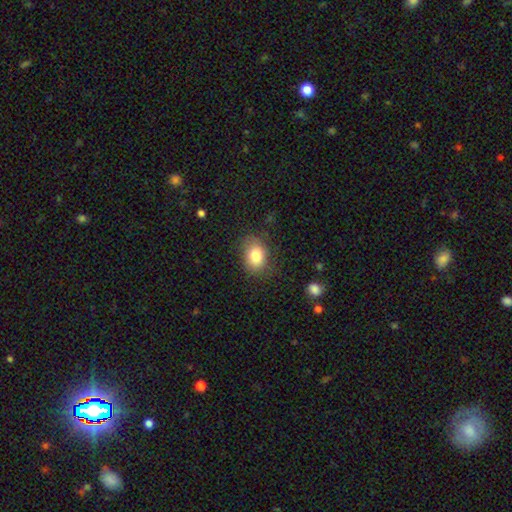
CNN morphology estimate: type=smooth (82%); roundness=in between (73%); merging=none (75%).